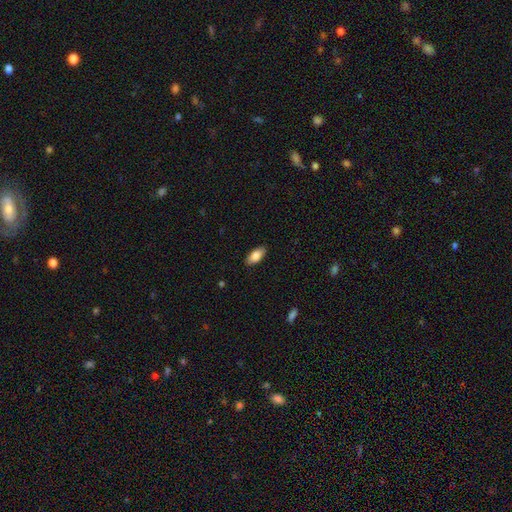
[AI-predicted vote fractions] Overall: smooth (83%). How rounded: in between (89%). Merging: none (87%).